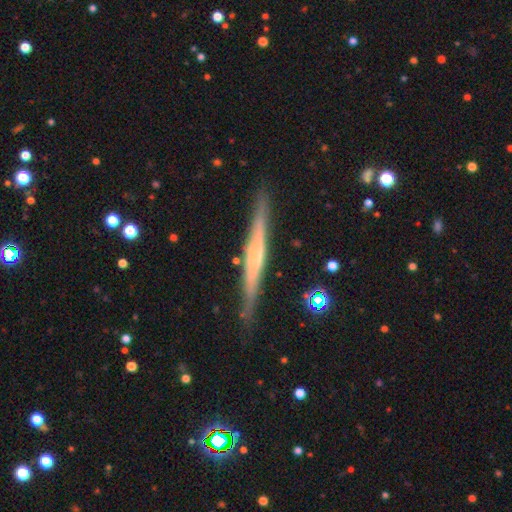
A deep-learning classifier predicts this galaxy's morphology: Smooth or featured? featured or disk (73%)
Edge-on disk? yes (97%)
Edge-on bulge? none (45%)
Merging? none (86%)